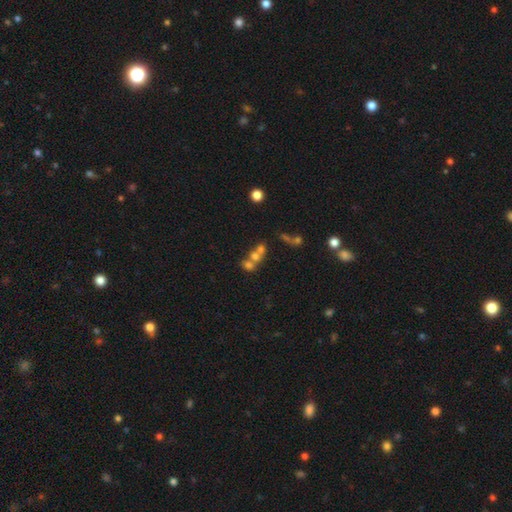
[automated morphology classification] A smooth galaxy with no disk features (55%) that is round (59%).

Vote fractions:
- Smooth or featured? smooth: 55% / featured or disk: 25% / star or artifact: 19%
- How rounded? round: 59% / in between: 38% / cigar-shaped: 3%
- Merging? merger: 63% / none: 24% / minor disturbance: 6% / major disturbance: 6%